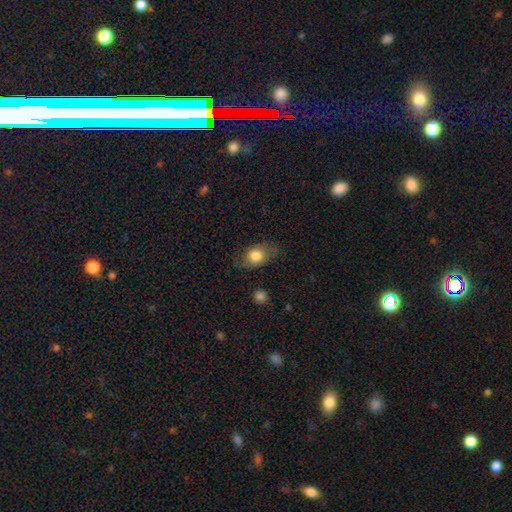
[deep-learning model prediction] smooth_or_featured: smooth (p=0.74) [alt: featured or disk p=0.18]
how_rounded: in between (p=0.67) [alt: round p=0.31]
merging: none (p=0.72) [alt: minor disturbance p=0.20]